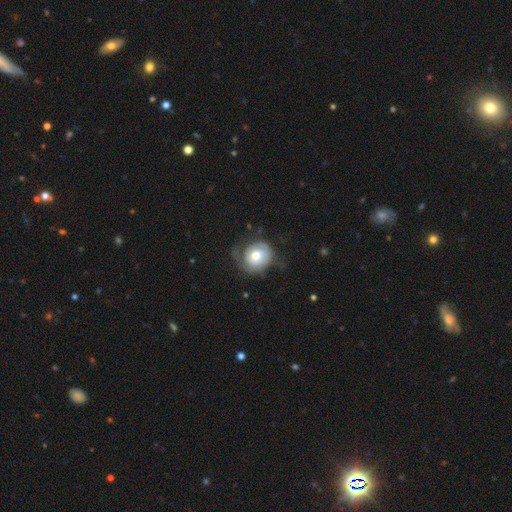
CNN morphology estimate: This is possibly a featured or disk galaxy (54%). It is clearly not viewed edge-on (97%). Bar: likely no (72%). Spiral arm pattern: likely yes (76%). Central bulge: likely moderate (67%). Merging: possibly none (53%).